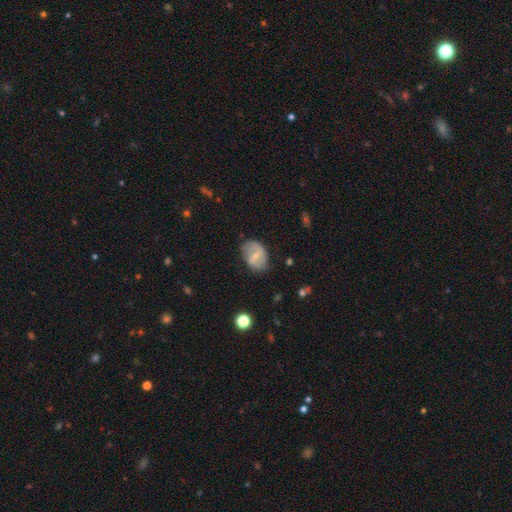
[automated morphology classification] featured or disk 58%, smooth 35%, star or artifact 7%. Down the decision tree: edge-on disk — no (96%); bar — weak (53%); spiral arms — yes (69%); bulge size — small (55%); merging — none (70%).